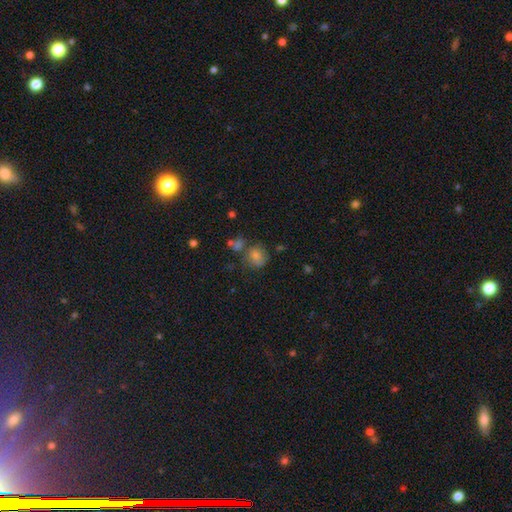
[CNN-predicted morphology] A smooth galaxy with no disk features (57%) that is round (76%). Merging: none (60%).